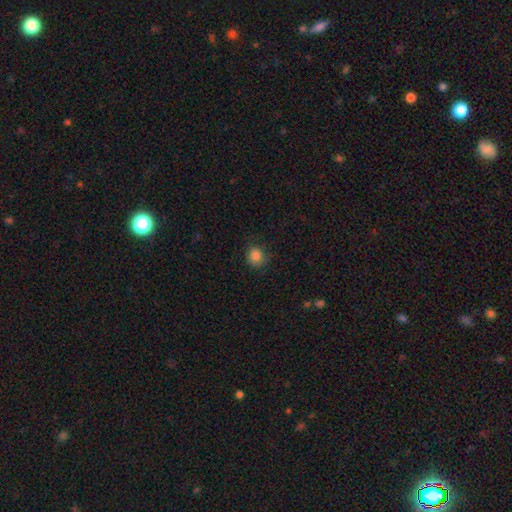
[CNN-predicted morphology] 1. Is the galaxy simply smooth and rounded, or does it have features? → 84% smooth, 11% star or artifact, 5% featured or disk.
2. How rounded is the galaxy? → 86% round, 13% in between, 1% cigar-shaped.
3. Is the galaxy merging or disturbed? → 80% none, 15% minor disturbance, 4% major disturbance, 1% merger.